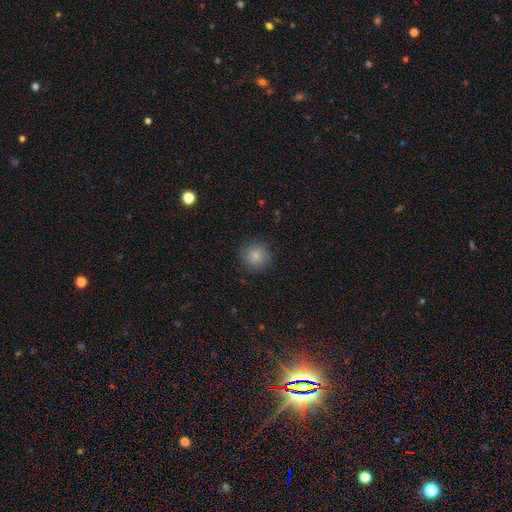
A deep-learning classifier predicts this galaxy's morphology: smooth 83%, star or artifact 10%, featured or disk 7%. Down the decision tree: how rounded — round (93%); merging — none (85%).